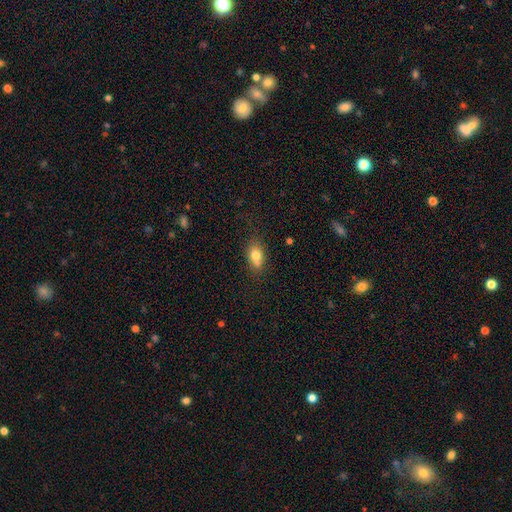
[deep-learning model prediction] Morphology: type=smooth (77%); roundness=in between (73%); merging=none (55%).